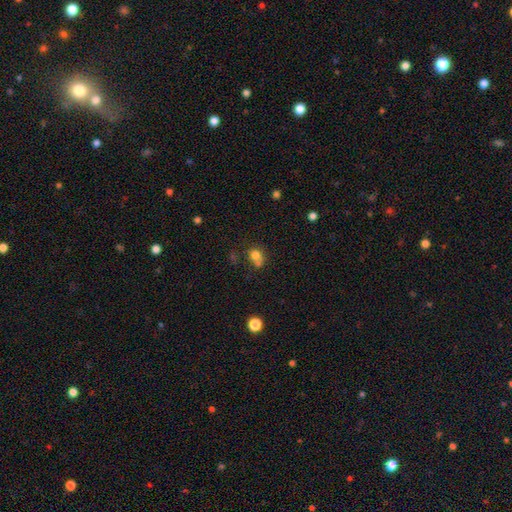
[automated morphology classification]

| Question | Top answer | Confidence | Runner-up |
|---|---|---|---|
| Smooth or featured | smooth | 76% | star or artifact (13%) |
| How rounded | round | 72% | in between (27%) |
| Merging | none | 45% | merger (36%) |